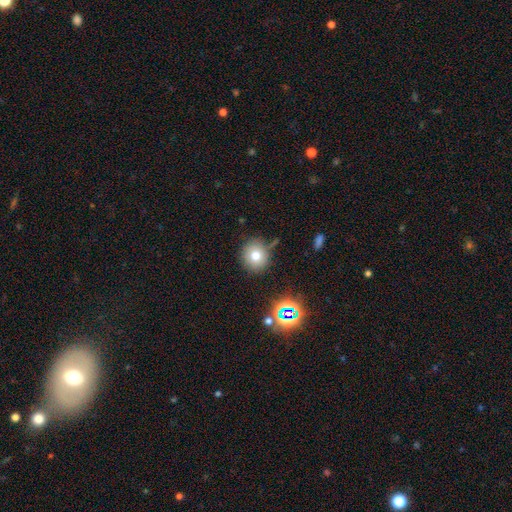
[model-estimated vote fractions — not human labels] Smooth or featured?
  - smooth: 72% *
  - star or artifact: 16%
  - featured or disk: 12%
How rounded?
  - round: 86% *
  - in between: 13%
  - cigar-shaped: 1%
Merging?
  - none: 77% *
  - minor disturbance: 13%
  - merger: 5%
  - major disturbance: 4%